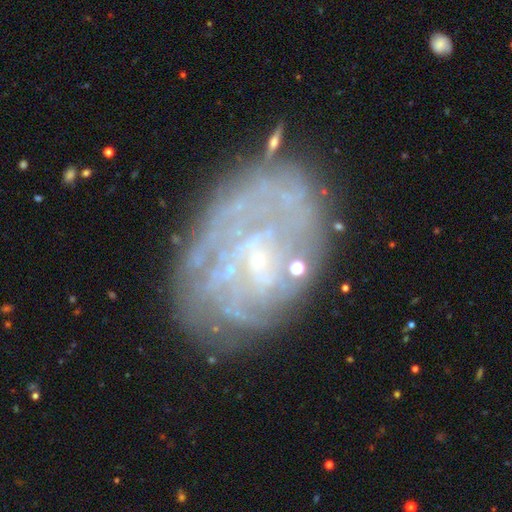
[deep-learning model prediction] Smooth or featured? Predicted: featured or disk (p=0.75). Edge-on disk? Predicted: no (p=0.97). Bar? Predicted: no (p=0.70). Spiral arms? Predicted: yes (p=0.72). Spiral winding? Predicted: tight (p=0.66). Spiral arm count? Predicted: can't tell (p=0.53). Bulge size? Predicted: small (p=0.73). Merging? Predicted: none (p=0.68).